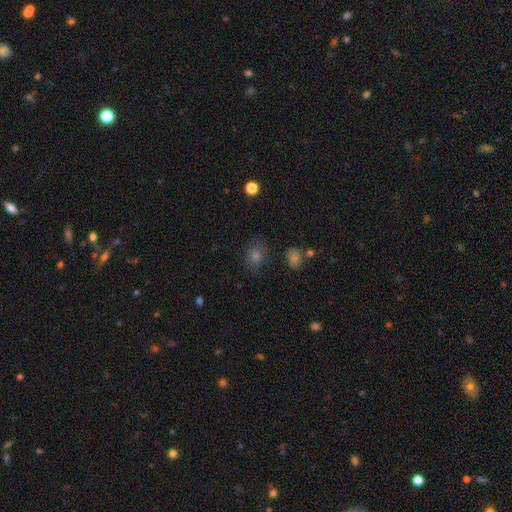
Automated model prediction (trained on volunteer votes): The model was most divided on "how rounded": round: 53%, in between: 45%, cigar-shaped: 1%. More confident: merging — none (79%); smooth or featured — smooth (63%).